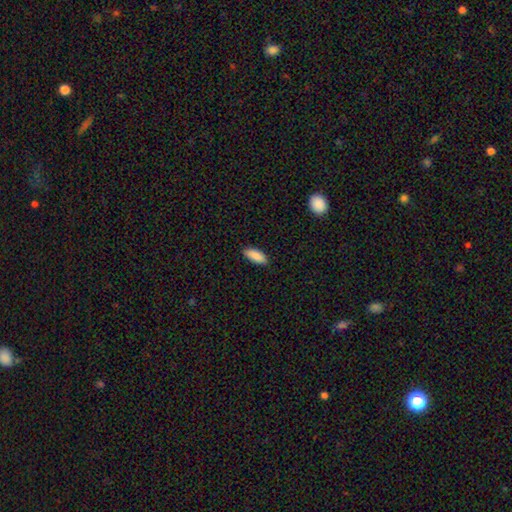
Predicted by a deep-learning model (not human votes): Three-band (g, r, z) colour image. It shows a smooth galaxy with no disk features (89%) that is in between round and cigar-shaped (81%). Merging: none (87%).